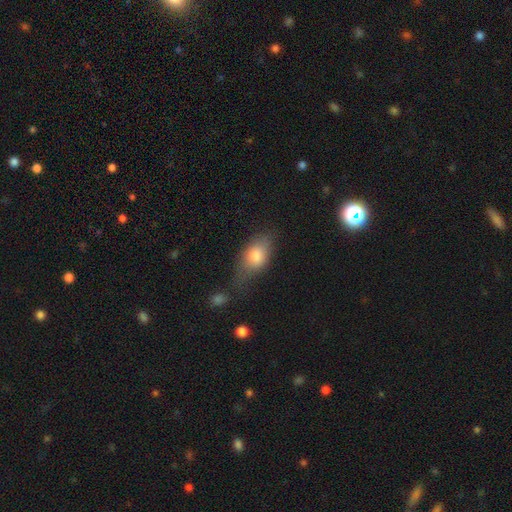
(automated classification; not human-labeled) A smooth galaxy with no disk features (78%) that is in between round and cigar-shaped (84%). Merging: none (47%).